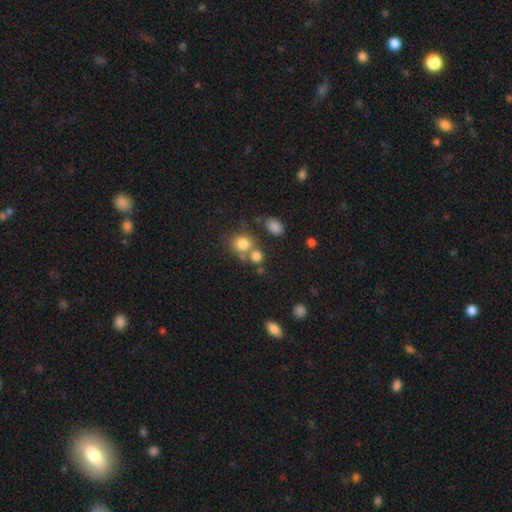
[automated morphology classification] Smooth or featured?
  - smooth: 78% *
  - star or artifact: 13%
  - featured or disk: 8%
How rounded?
  - round: 79% *
  - in between: 20%
  - cigar-shaped: 1%
Merging?
  - none: 54% *
  - merger: 32%
  - minor disturbance: 9%
  - major disturbance: 4%